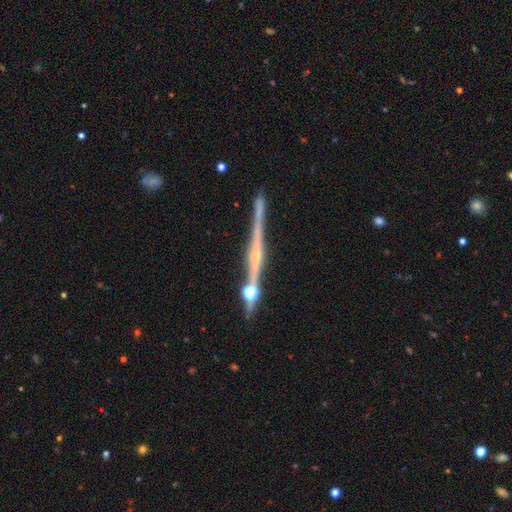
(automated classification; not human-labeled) This appears to be a featured or disk galaxy (76%) viewed edge-on (97%) with no central bulge (46%). Merging: none (79%).